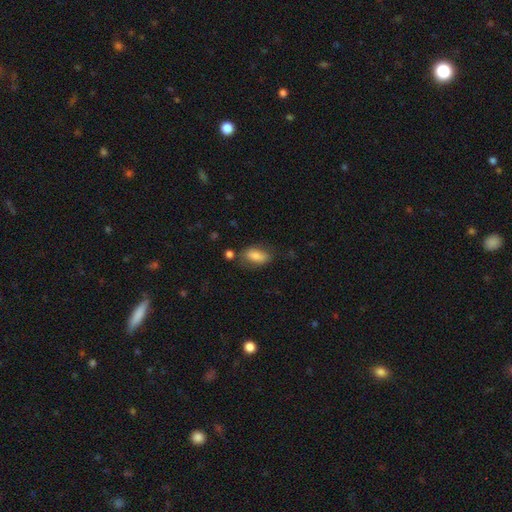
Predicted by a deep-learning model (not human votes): A smooth galaxy with no disk features (81%) that is in between round and cigar-shaped (88%). Merging: none (66%).